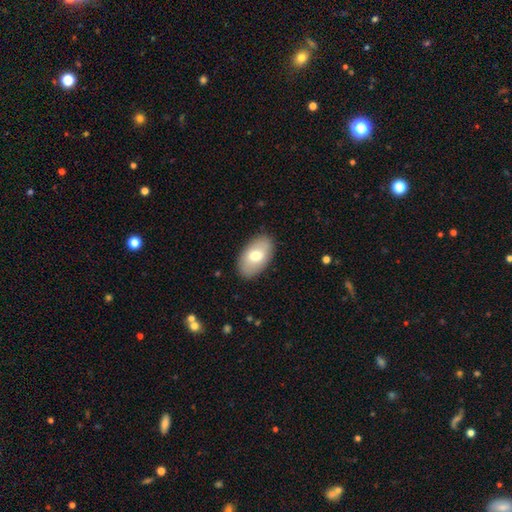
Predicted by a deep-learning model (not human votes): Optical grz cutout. It shows a smooth galaxy with no disk features (70%) that is in between round and cigar-shaped (94%). Merging: none (87%).